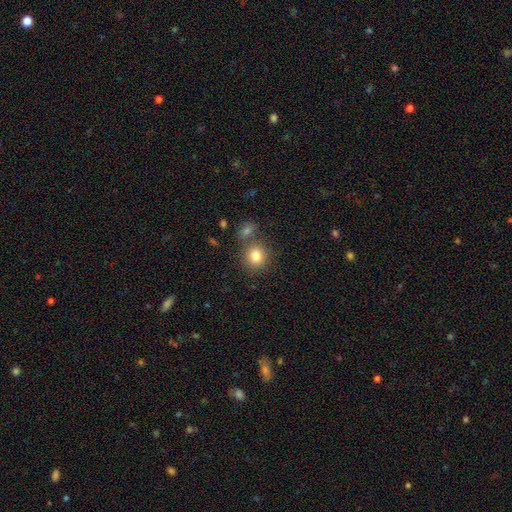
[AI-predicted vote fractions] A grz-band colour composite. It shows a smooth galaxy with no disk features (82%) that is round (82%). Merging: none (68%).